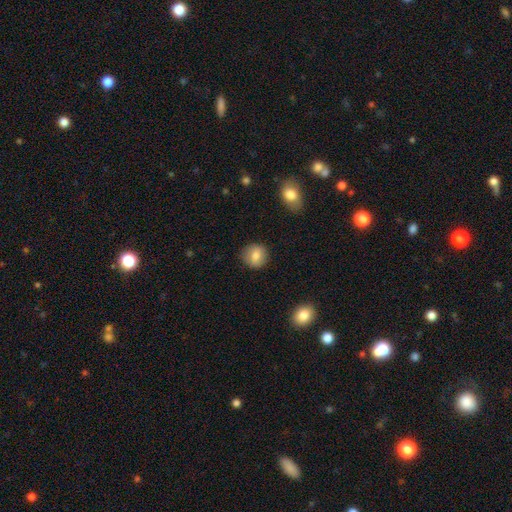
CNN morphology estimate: Smooth or featured: smooth — 78% (featured or disk — 13%)
How rounded: round — 86% (in between — 13%)
Merging: none — 87% (minor disturbance — 9%)